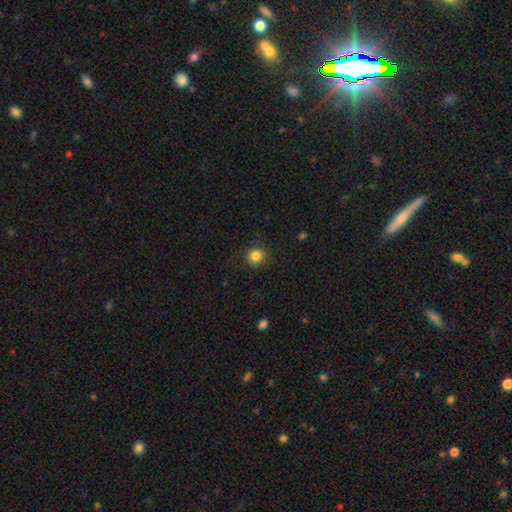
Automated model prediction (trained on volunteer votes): Q: Smooth or featured?
A: smooth (84%); runner-up: star or artifact (11%)
Q: How rounded?
A: round (91%); runner-up: in between (8%)
Q: Merging?
A: none (88%); runner-up: minor disturbance (8%)